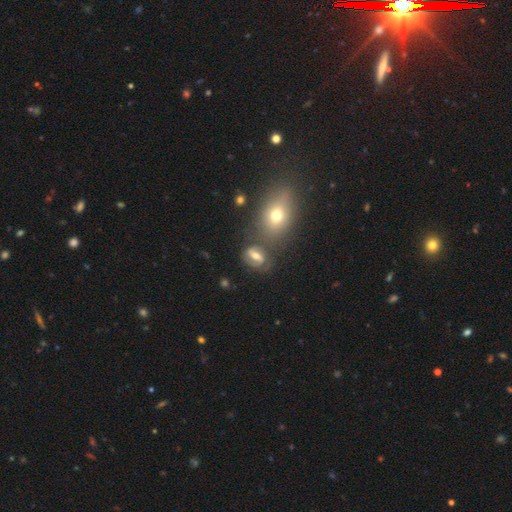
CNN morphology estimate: Overall: featured or disk (45%; smooth 42%). Merging: none (60%).